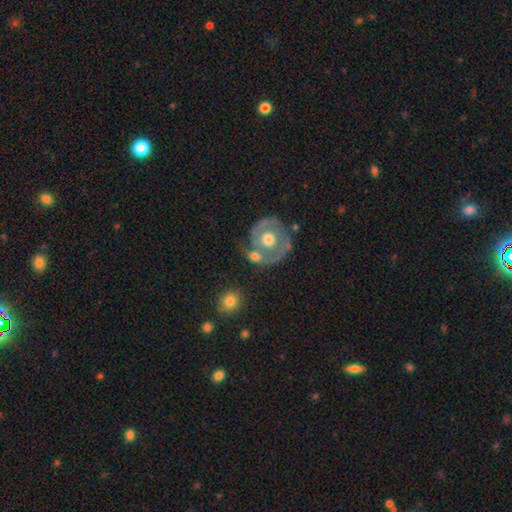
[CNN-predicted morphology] This is likely a featured or disk galaxy (65%). It is clearly not viewed edge-on (97%). Bar: clearly no (83%). Spiral arm pattern: possibly yes (58%). Central bulge: likely moderate (69%). Merging: possibly none (56%).